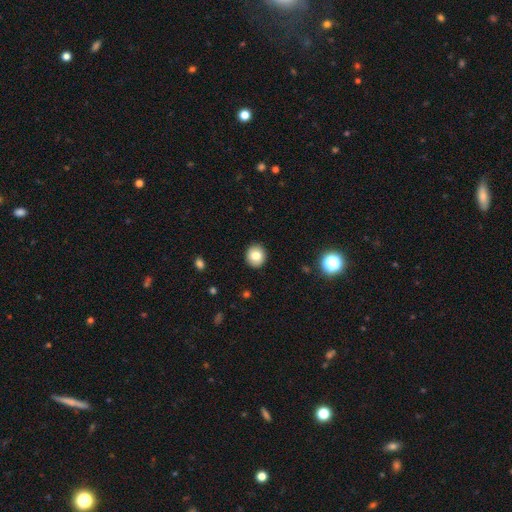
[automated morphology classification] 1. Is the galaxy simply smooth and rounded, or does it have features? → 80% smooth, 10% star or artifact, 10% featured or disk.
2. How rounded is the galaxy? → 85% round, 14% in between, 1% cigar-shaped.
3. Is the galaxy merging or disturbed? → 91% none, 6% minor disturbance, 2% major disturbance, 1% merger.